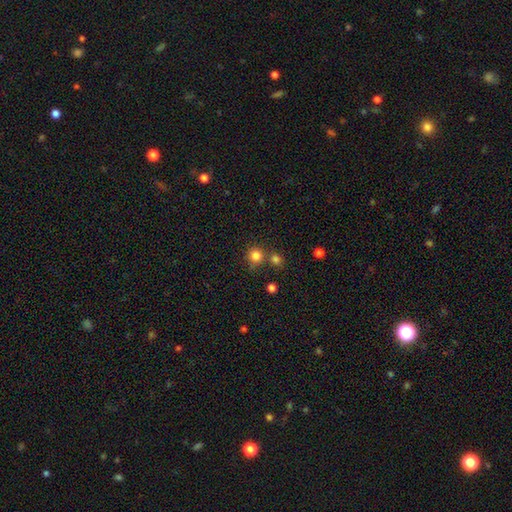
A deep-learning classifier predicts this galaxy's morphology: smooth 81%, star or artifact 13%, featured or disk 5%. Down the decision tree: how rounded — round (91%); merging — none (68%).